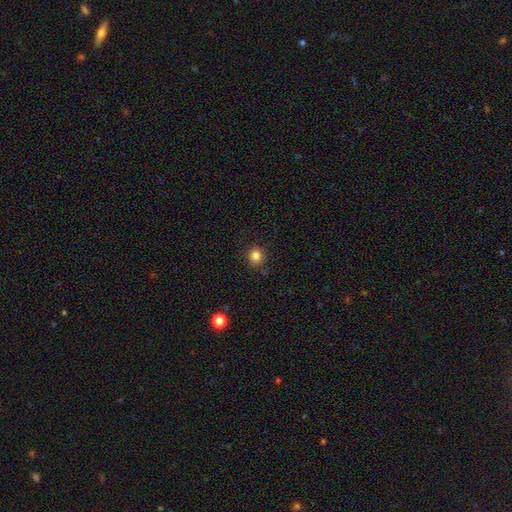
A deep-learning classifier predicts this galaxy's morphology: Smooth or featured? Predicted: smooth (p=0.83). How rounded? Predicted: round (p=0.91). Merging? Predicted: none (p=0.90).